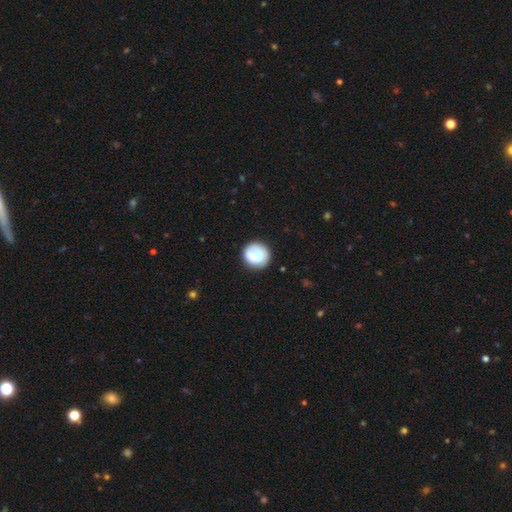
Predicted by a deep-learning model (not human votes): This appears to be a smooth galaxy with no disk features (73%) that is round (90%). Merging: none (76%).